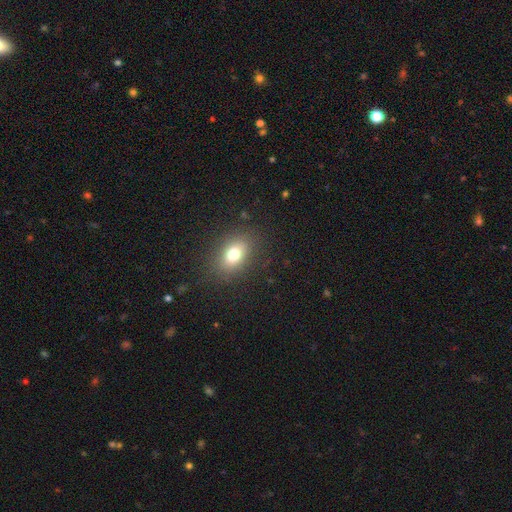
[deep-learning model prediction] This is likely a smooth galaxy (69%). How rounded: likely in between (67%). Merging: clearly none (91%).